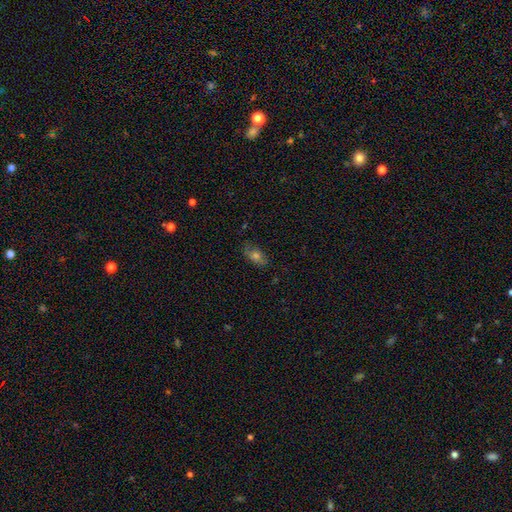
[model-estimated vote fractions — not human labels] Smooth or featured?
  - smooth: 57% *
  - featured or disk: 27%
  - star or artifact: 16%
How rounded?
  - in between: 81% *
  - round: 13%
  - cigar-shaped: 6%
Merging?
  - none: 72% *
  - minor disturbance: 20%
  - major disturbance: 6%
  - merger: 2%